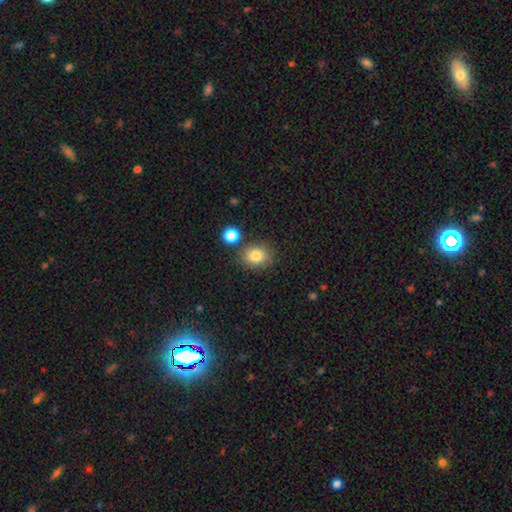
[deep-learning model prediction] The model was most divided on "how rounded": round: 66%, in between: 33%, cigar-shaped: 1%. More confident: smooth or featured — smooth (83%); merging — none (78%).